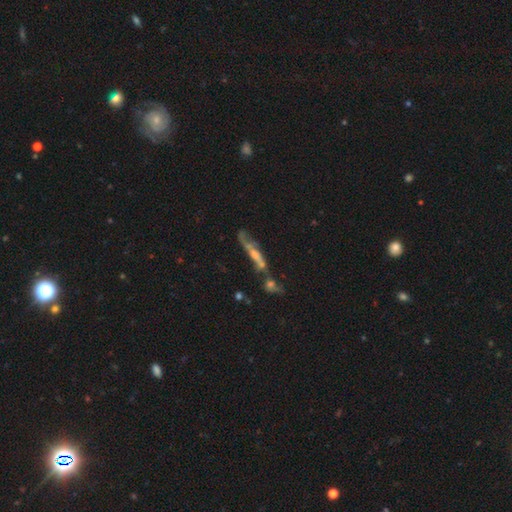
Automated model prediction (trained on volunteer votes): Smooth or featured: featured or disk — 56% (smooth — 31%)
Edge-on disk: no — 57% (yes — 43%)
Merging: merger — 41% (none — 26%)